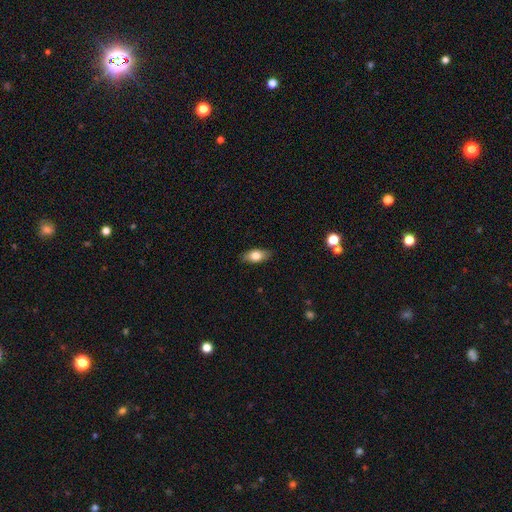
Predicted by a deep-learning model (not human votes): The model was most divided on "smooth or featured": smooth: 77%, featured or disk: 16%, star or artifact: 7%. More confident: merging — none (87%); how rounded — in between (87%).